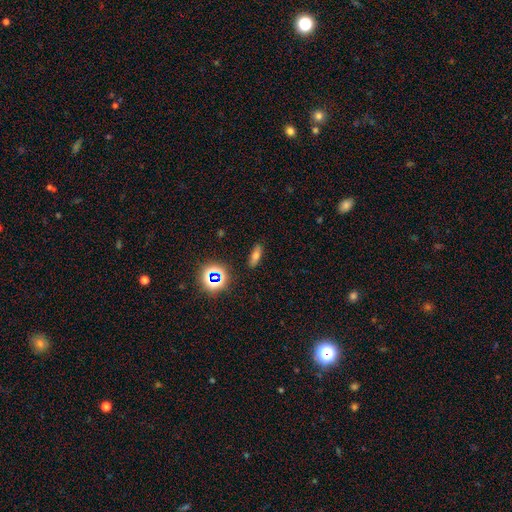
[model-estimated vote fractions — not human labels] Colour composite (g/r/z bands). It shows a smooth galaxy with no disk features (64%) that is in between round and cigar-shaped (59%). Merging: none (87%).